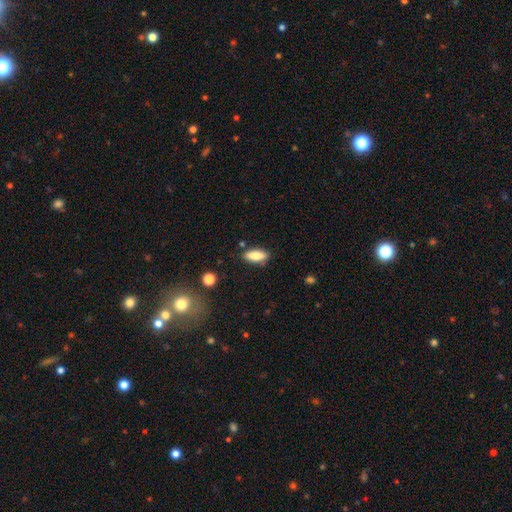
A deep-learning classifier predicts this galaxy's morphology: This appears to be a smooth galaxy with no disk features (78%) that is in between round and cigar-shaped (71%). Merging: none (83%).